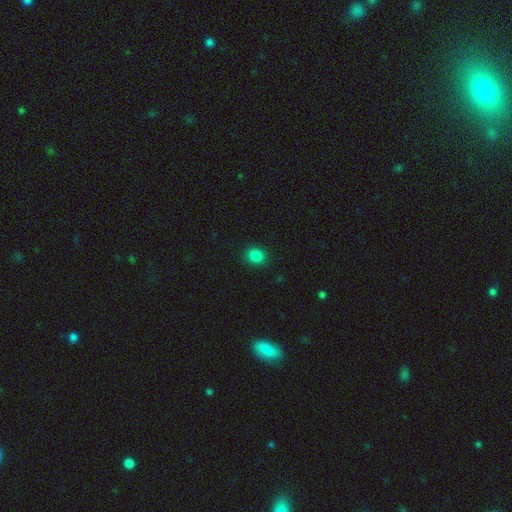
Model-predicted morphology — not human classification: Smooth or featured? smooth (85%)
How rounded? round (61%)
Merging? none (89%)